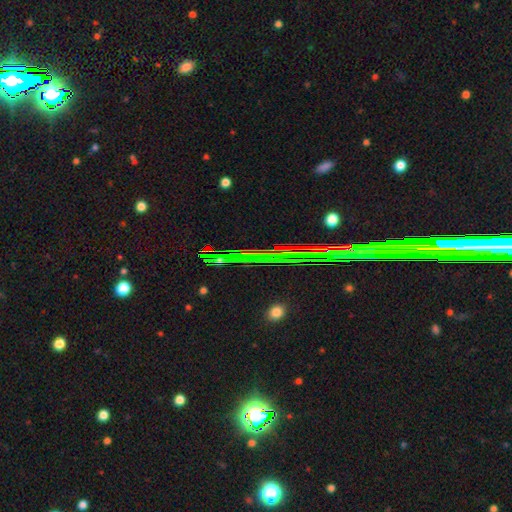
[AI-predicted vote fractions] Smooth or featured? Predicted: star or artifact (p=0.72).